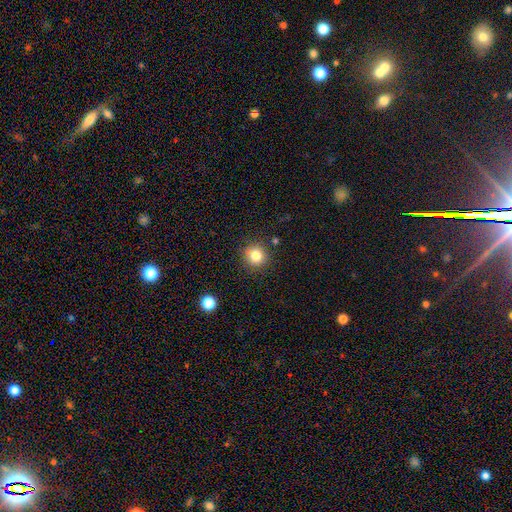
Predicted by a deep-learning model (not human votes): Smooth or featured? Predicted: smooth (p=0.82). How rounded? Predicted: round (p=0.92). Merging? Predicted: none (p=0.87).